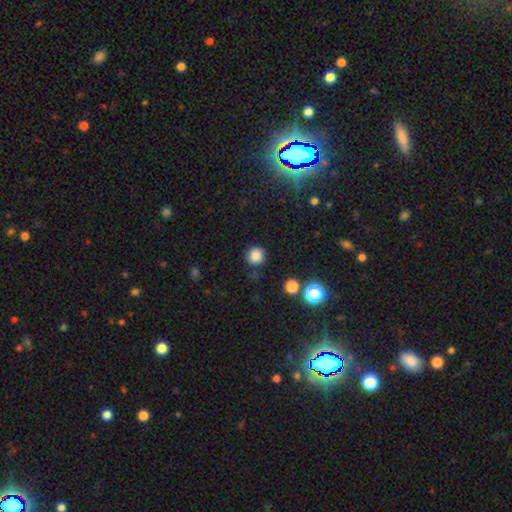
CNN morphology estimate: Smooth or featured: smooth — 83% (star or artifact — 13%)
How rounded: round — 92% (in between — 7%)
Merging: none — 84% (minor disturbance — 10%)